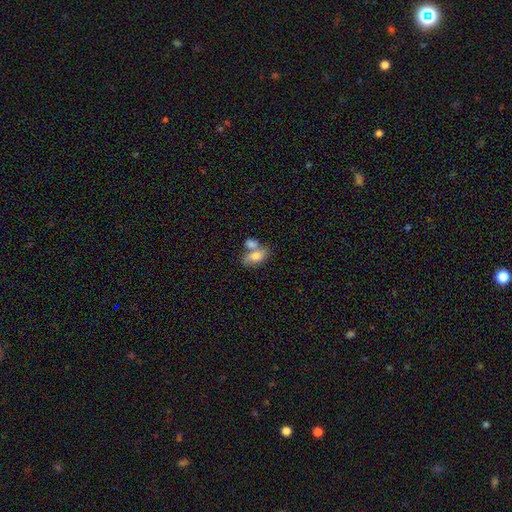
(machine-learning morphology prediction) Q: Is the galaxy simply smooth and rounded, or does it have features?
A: smooth — 75%.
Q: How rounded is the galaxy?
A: in between — 88%.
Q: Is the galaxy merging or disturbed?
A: merger — 51%.